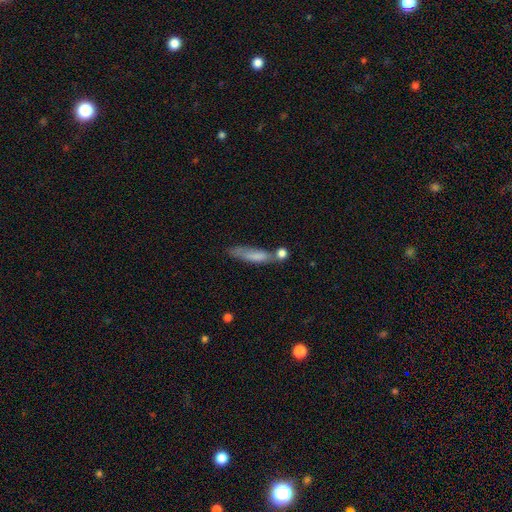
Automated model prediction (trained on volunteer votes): A smooth galaxy with no disk features (69%) that is cigar-shaped (76%).

Vote fractions:
- Smooth or featured? smooth: 69% / featured or disk: 23% / star or artifact: 8%
- How rounded? cigar-shaped: 76% / in between: 22% / round: 3%
- Merging? none: 45% / merger: 23% / minor disturbance: 22% / major disturbance: 11%